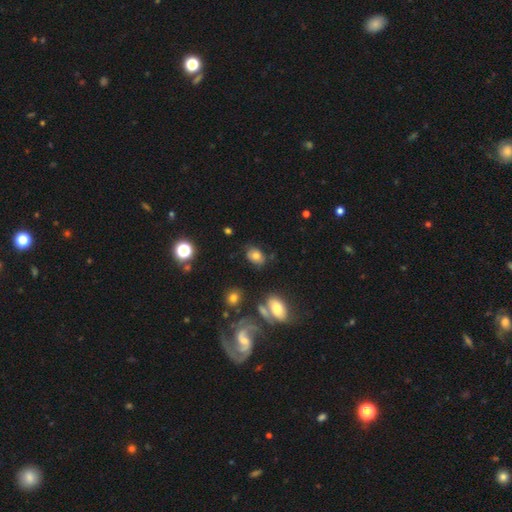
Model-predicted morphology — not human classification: Smooth or featured: smooth — 73% (featured or disk — 15%)
How rounded: in between — 76% (round — 22%)
Merging: none — 71% (minor disturbance — 19%)